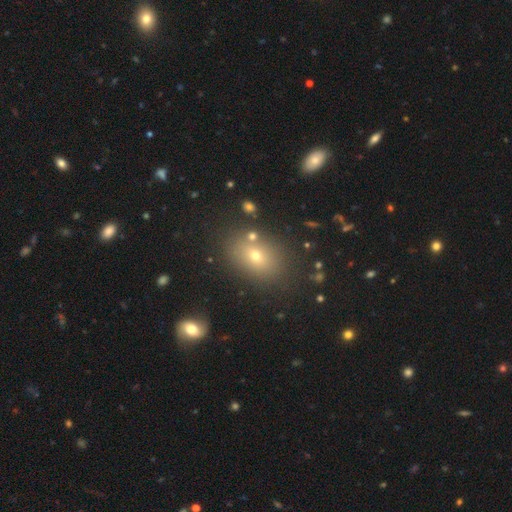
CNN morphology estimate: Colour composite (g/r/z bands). It shows a smooth galaxy with no disk features (64%) that is in between round and cigar-shaped (65%). Merging: none (79%).